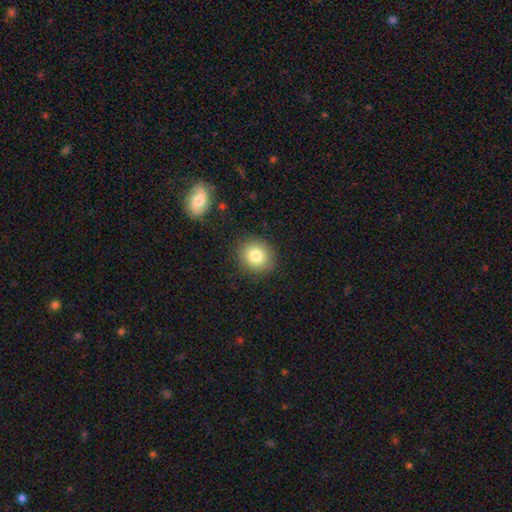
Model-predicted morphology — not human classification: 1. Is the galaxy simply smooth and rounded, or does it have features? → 81% smooth, 10% star or artifact, 9% featured or disk.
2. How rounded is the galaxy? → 81% round, 18% in between, 1% cigar-shaped.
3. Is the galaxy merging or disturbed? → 87% none, 9% minor disturbance, 3% major disturbance, 2% merger.